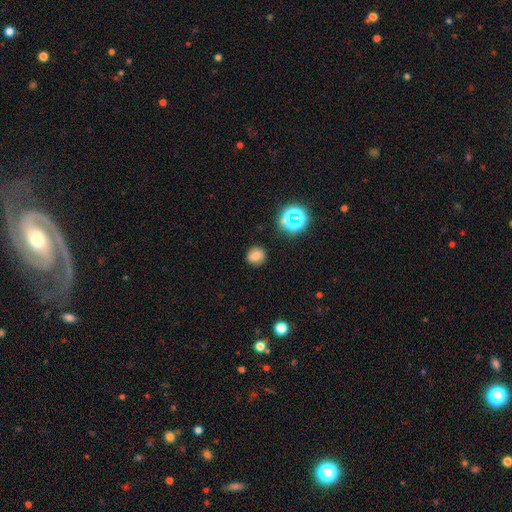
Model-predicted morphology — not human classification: This is likely a smooth galaxy (71%). How rounded: clearly round (85%). Merging: clearly none (86%).